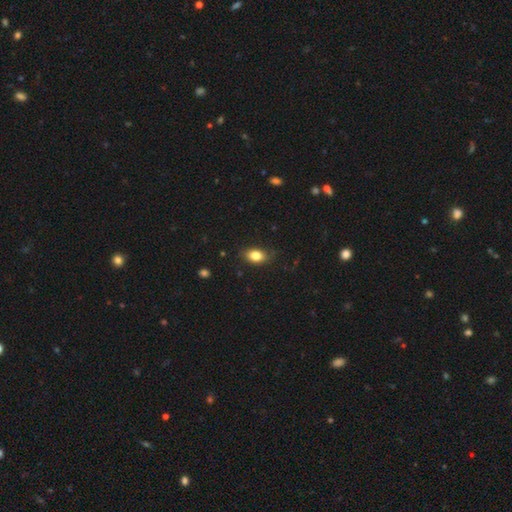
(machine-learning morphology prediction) A smooth galaxy with no disk features (83%) that is in between round and cigar-shaped (85%). Merging: none (83%).